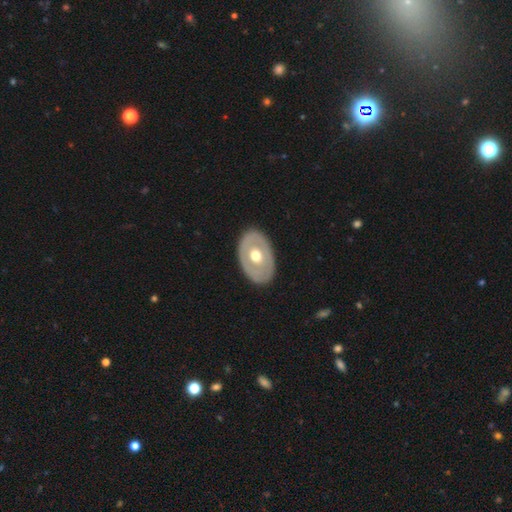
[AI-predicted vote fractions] A featured or disk galaxy (54%). Merging: none (86%).